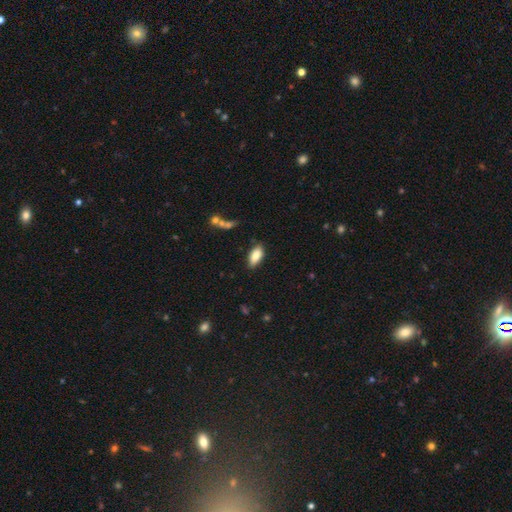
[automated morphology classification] Q: Smooth or featured?
A: smooth (82%); runner-up: featured or disk (11%)
Q: How rounded?
A: in between (89%); runner-up: cigar-shaped (8%)
Q: Merging?
A: none (81%); runner-up: minor disturbance (14%)